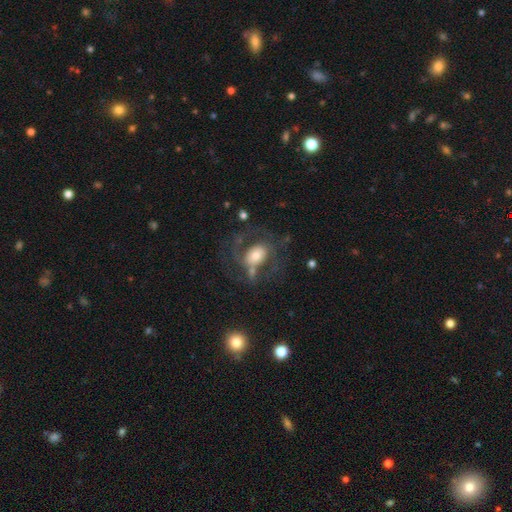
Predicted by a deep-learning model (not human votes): smooth_or_featured: featured or disk (p=0.61) [alt: smooth p=0.30]
disk_edge_on: no (p=0.96) [alt: yes p=0.04]
bar: no (p=0.60) [alt: weak p=0.30]
has_spiral_arms: yes (p=0.73) [alt: no p=0.27]
bulge_size: moderate (p=0.47) [alt: large p=0.27]
merging: none (p=0.46) [alt: major disturbance p=0.27]